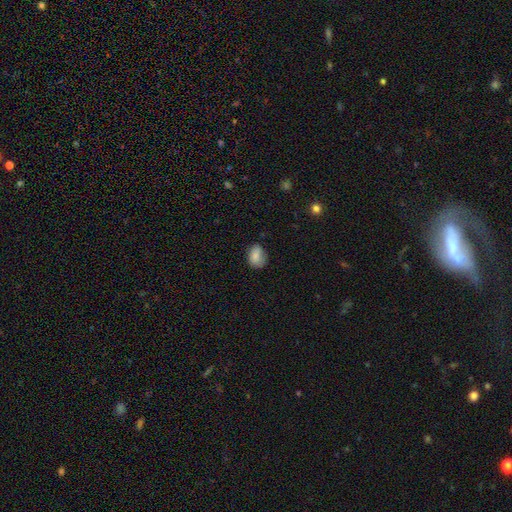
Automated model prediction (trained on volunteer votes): Overall: smooth (84%). How rounded: in between (72%). Merging: none (61%; minor disturbance 30%).